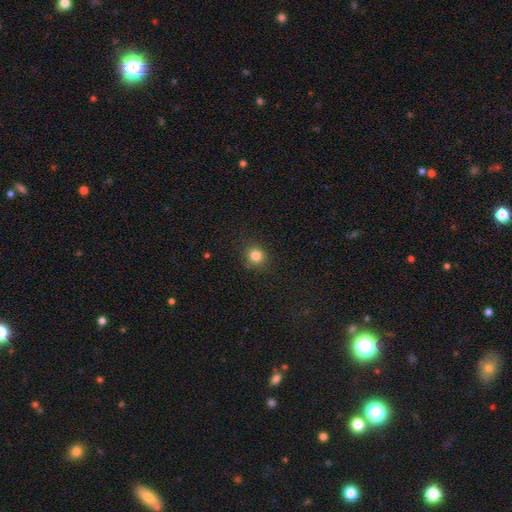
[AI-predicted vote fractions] Smooth or featured? Predicted: smooth (p=0.82). How rounded? Predicted: round (p=0.86). Merging? Predicted: none (p=0.88).